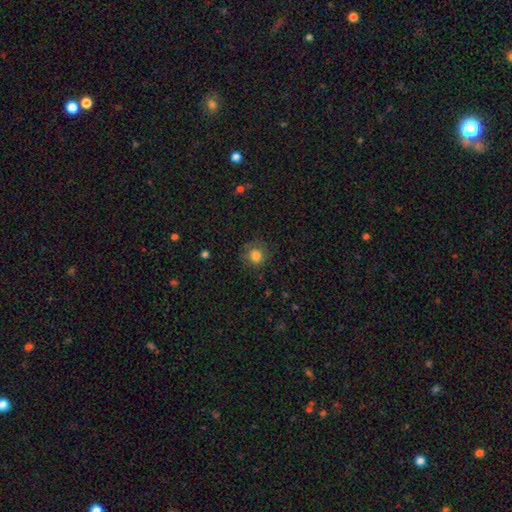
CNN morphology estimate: Q: Smooth or featured?
A: smooth (81%); runner-up: star or artifact (12%)
Q: How rounded?
A: round (86%); runner-up: in between (13%)
Q: Merging?
A: none (78%); runner-up: minor disturbance (15%)